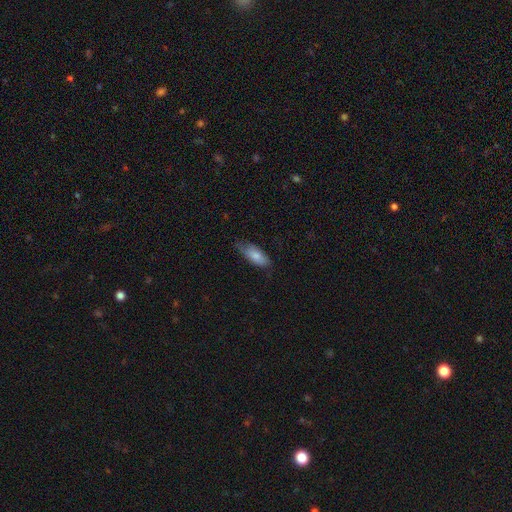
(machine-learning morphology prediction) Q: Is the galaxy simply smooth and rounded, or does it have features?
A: smooth — 78%.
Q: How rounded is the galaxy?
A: in between — 79%.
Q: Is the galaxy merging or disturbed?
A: none — 61%.